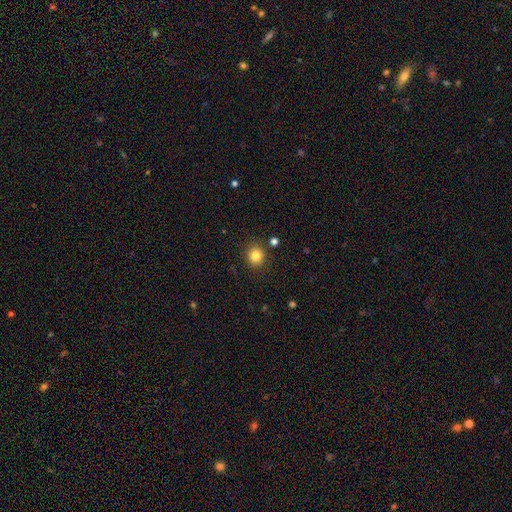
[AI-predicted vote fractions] Smooth or featured? smooth (82%)
How rounded? round (86%)
Merging? none (87%)